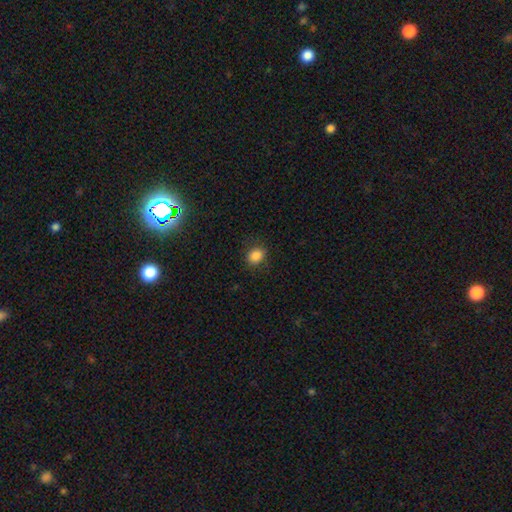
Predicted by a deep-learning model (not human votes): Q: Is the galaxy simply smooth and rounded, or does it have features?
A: smooth — 85%.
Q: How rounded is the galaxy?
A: round — 54%.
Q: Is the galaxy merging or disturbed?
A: none — 84%.